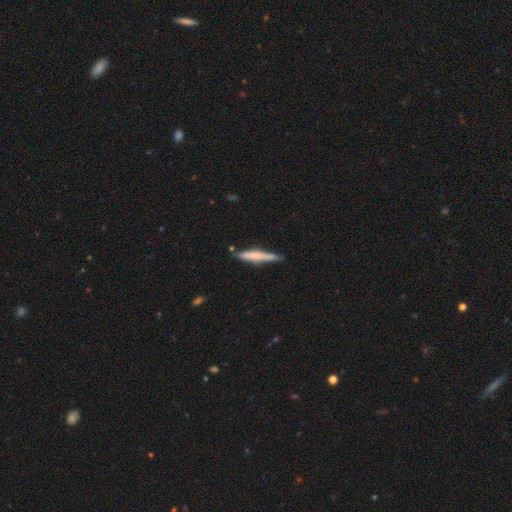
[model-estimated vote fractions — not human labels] Smooth or featured? smooth (58%)
How rounded? cigar-shaped (94%)
Merging? none (78%)